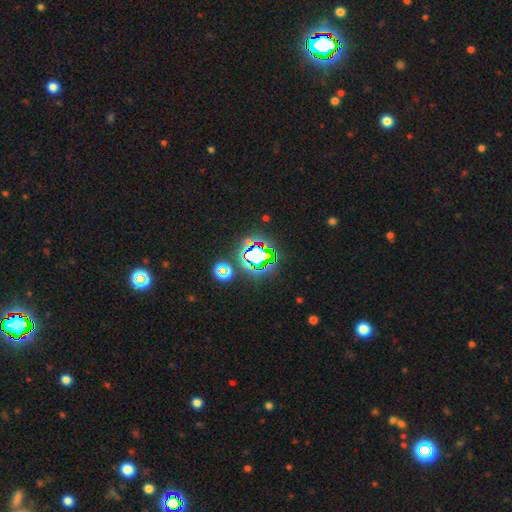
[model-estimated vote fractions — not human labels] smooth-or-featured: star or artifact: 69% | smooth: 20% | featured or disk: 12%